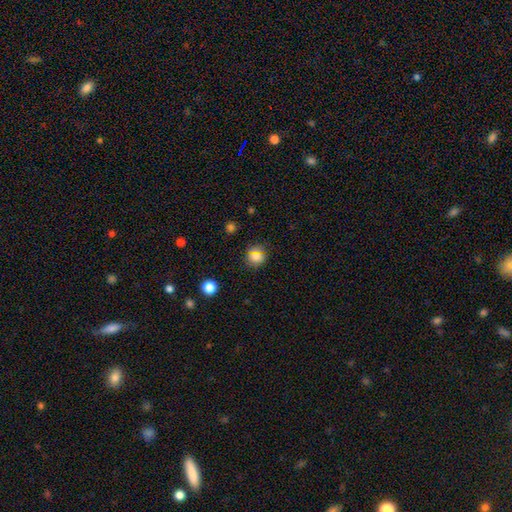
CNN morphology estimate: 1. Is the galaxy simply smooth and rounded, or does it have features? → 72% smooth, 21% star or artifact, 8% featured or disk.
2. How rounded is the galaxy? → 83% round, 15% in between, 1% cigar-shaped.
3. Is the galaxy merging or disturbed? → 87% none, 8% minor disturbance, 3% major disturbance, 2% merger.